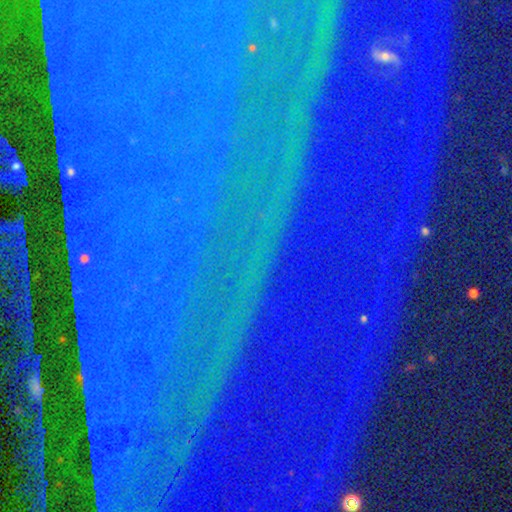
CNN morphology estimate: This appears to be a star or artifact, not a galaxy (88%).